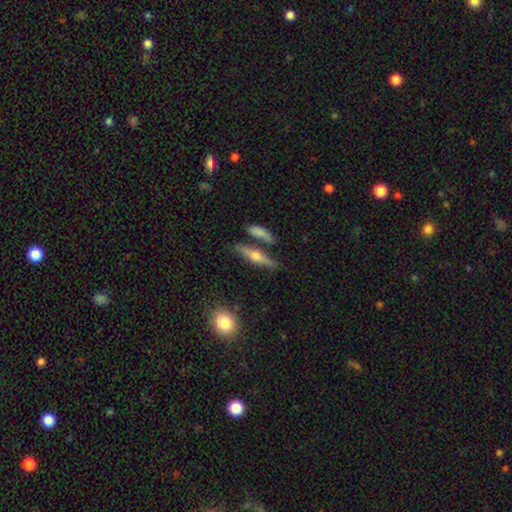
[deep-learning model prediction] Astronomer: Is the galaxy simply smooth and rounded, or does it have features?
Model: featured or disk — 52% (runner-up: smooth, 40%).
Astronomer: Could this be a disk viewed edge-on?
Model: yes — 91%.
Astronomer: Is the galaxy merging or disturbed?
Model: none — 71%.